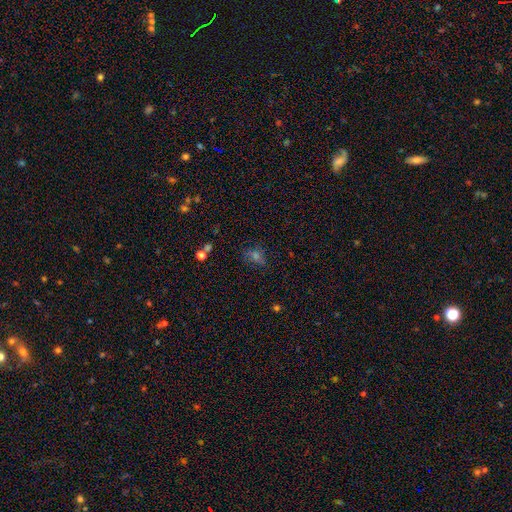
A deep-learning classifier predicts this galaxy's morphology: The model was most divided on "smooth or featured" (2-way tie): star or artifact: 41%, smooth: 41%, featured or disk: 18%.